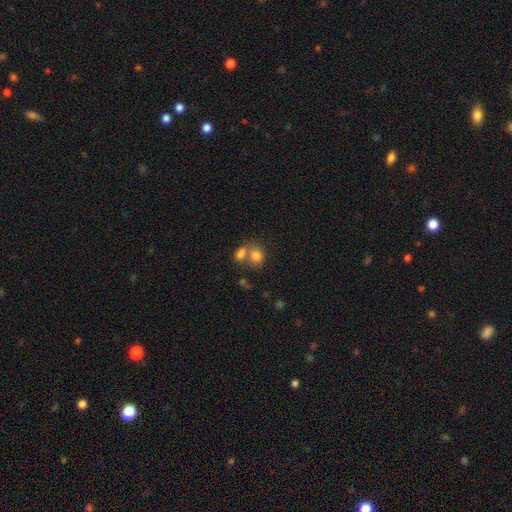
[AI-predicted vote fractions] A smooth galaxy with no disk features (79%) that is round (54%). Merging: merger (44%).